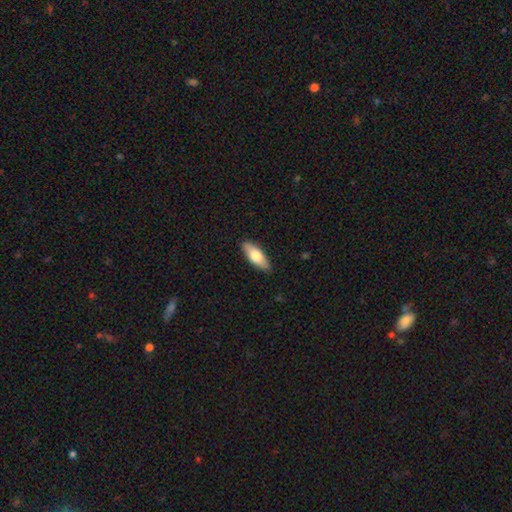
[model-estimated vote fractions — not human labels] Smooth or featured?
  - smooth: 73% *
  - featured or disk: 22%
  - star or artifact: 5%
How rounded?
  - in between: 72% *
  - cigar-shaped: 25%
  - round: 2%
Merging?
  - none: 88% *
  - minor disturbance: 9%
  - major disturbance: 2%
  - merger: 1%